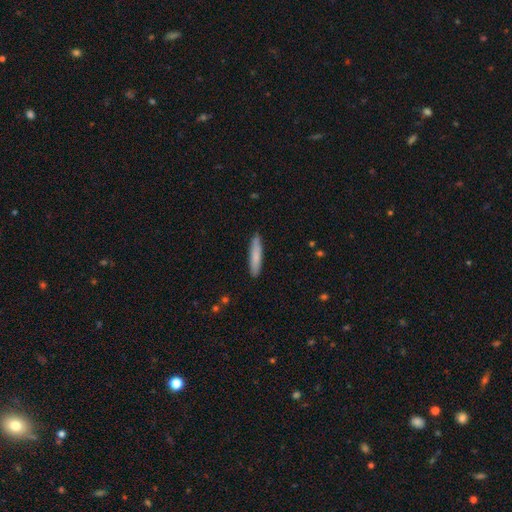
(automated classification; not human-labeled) Morphology: type=smooth (78%); roundness=cigar-shaped (90%); merging=none (88%).